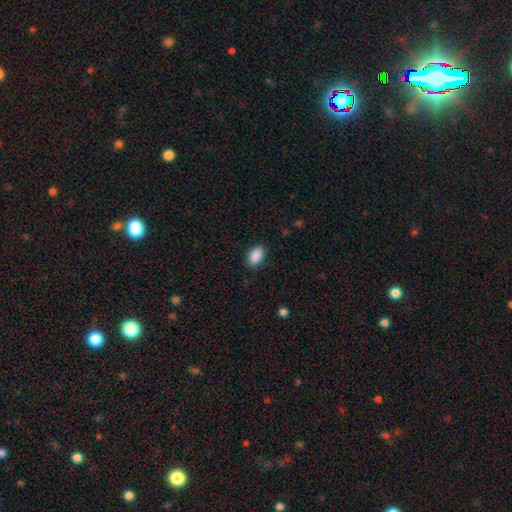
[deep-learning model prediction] smooth_or_featured: smooth (p=0.90) [alt: star or artifact p=0.07]
how_rounded: in between (p=0.92) [alt: round p=0.06]
merging: none (p=0.86) [alt: minor disturbance p=0.11]